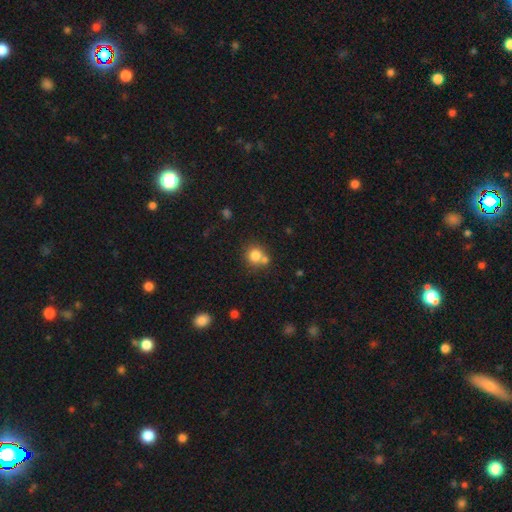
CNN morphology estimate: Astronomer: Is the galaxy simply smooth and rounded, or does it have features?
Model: smooth — 79%.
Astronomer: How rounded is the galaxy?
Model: round — 89%.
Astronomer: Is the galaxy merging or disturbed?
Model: none — 58%.